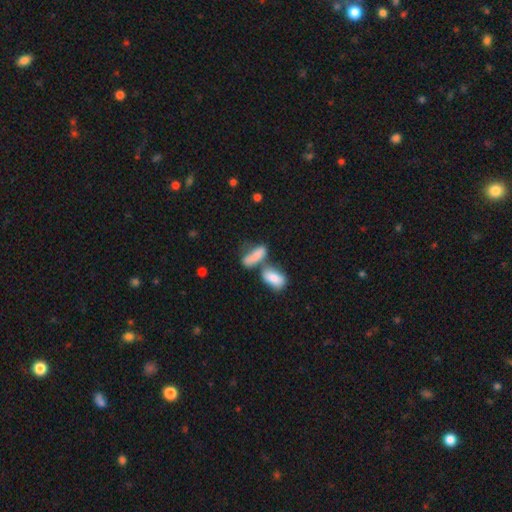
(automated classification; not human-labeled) A smooth galaxy with no disk features (78%) that is in between round and cigar-shaped (72%).

Vote fractions:
- Smooth or featured? smooth: 78% / featured or disk: 14% / star or artifact: 8%
- How rounded? in between: 72% / cigar-shaped: 24% / round: 4%
- Merging? merger: 52% / none: 26% / minor disturbance: 13% / major disturbance: 9%